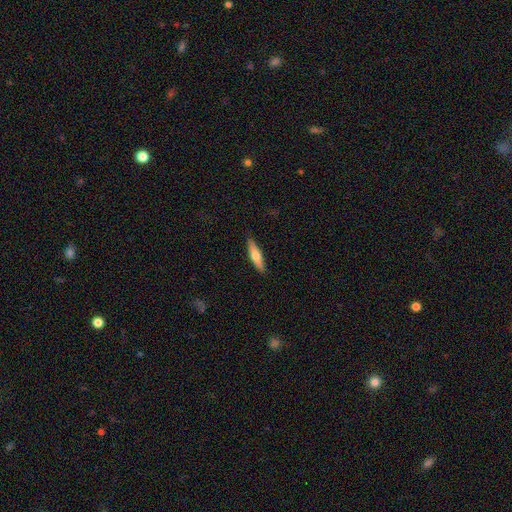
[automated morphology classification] The model was most divided on "smooth or featured": smooth: 59%, featured or disk: 36%, star or artifact: 6%. More confident: merging — none (89%); how rounded — cigar-shaped (73%).